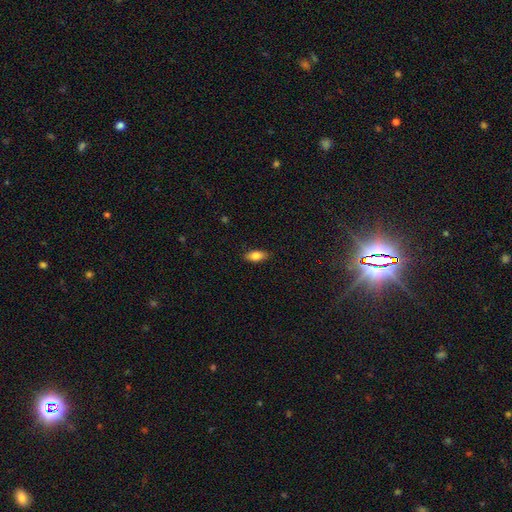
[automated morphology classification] The model was most divided on "smooth or featured": smooth: 80%, featured or disk: 13%, star or artifact: 7%. More confident: merging — none (87%); how rounded — in between (85%).